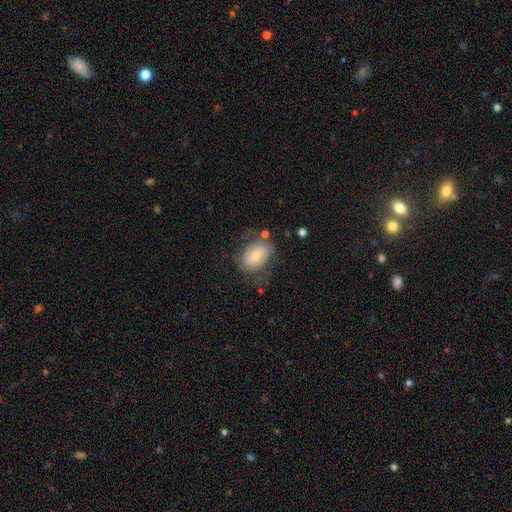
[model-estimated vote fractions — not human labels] smooth-or-featured: smooth: 55% | featured or disk: 38% | star or artifact: 7%
  how-rounded: in between: 81% | round: 18% | cigar-shaped: 1%
  merging: none: 58% | minor disturbance: 23% | major disturbance: 14% | merger: 4%